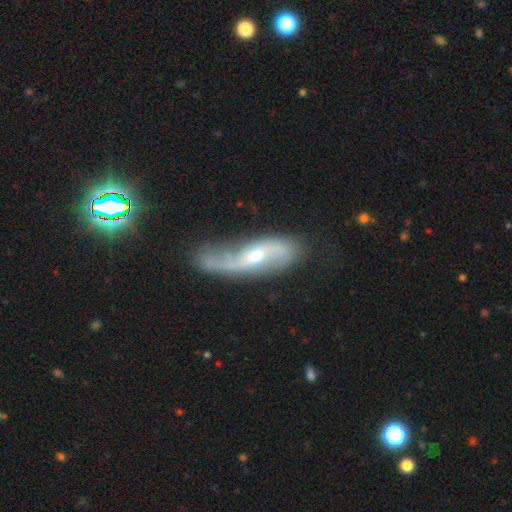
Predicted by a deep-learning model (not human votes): featured or disk 79%, smooth 14%, star or artifact 8%. Down the decision tree: edge-on disk — no (86%); bar — no (45%); spiral arms — yes (91%); spiral arm count — 2 (81%); spiral winding — loose (67%); bulge size — moderate (49%); merging — none (49%).